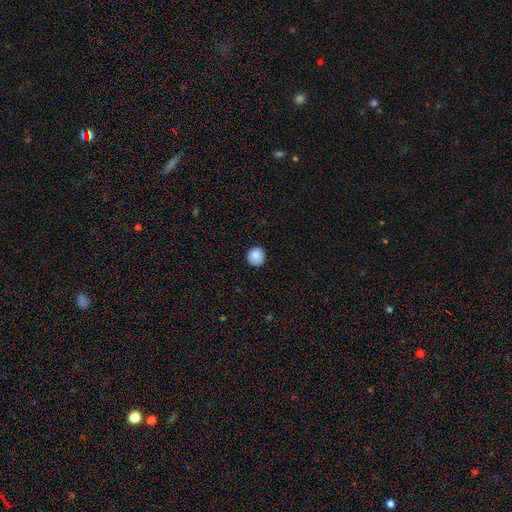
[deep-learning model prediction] smooth-or-featured: smooth: 88% | star or artifact: 8% | featured or disk: 4%
  how-rounded: round: 94% | in between: 5% | cigar-shaped: 1%
  merging: none: 90% | minor disturbance: 7% | major disturbance: 2% | merger: 1%